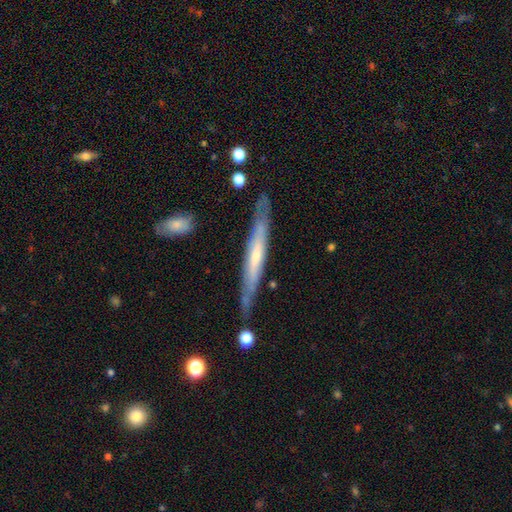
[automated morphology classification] A featured or disk galaxy (67%) viewed edge-on (83%) with no central bulge (51%). Merging: none (79%).